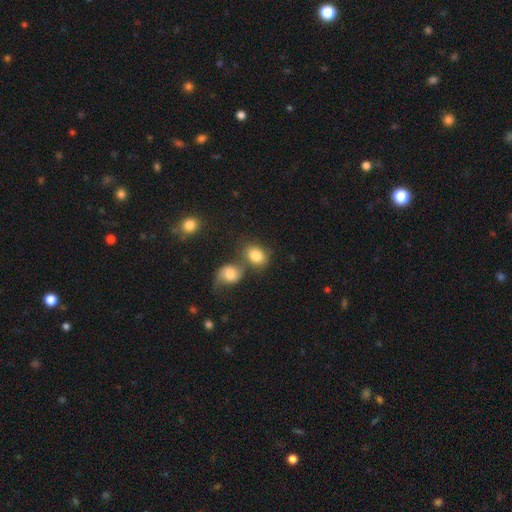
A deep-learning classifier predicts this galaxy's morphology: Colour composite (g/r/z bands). It shows a smooth galaxy with no disk features (80%) that is in between round and cigar-shaped (66%). Merging: none (44%).